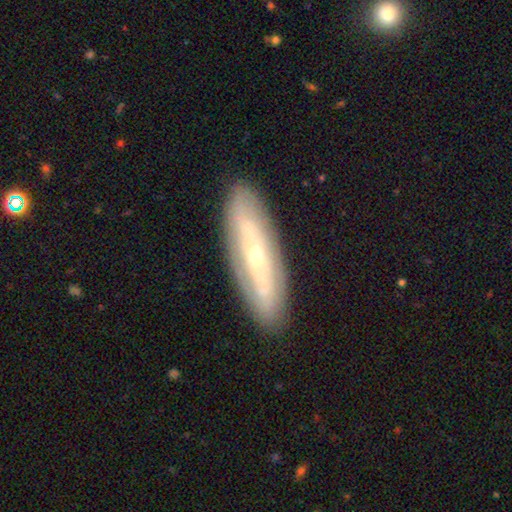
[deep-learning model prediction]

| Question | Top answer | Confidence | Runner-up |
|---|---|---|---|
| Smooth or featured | featured or disk | 66% | smooth (27%) |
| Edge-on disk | no | 65% | yes (35%) |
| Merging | none | 86% | minor disturbance (10%) |